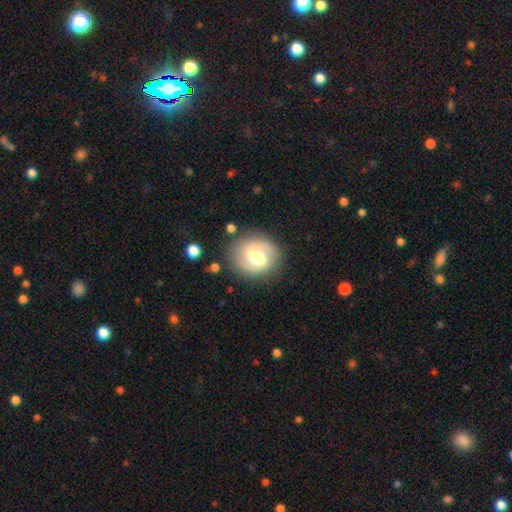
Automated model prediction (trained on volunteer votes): Overall: smooth (47%; featured or disk 46%). Merging: none (79%).